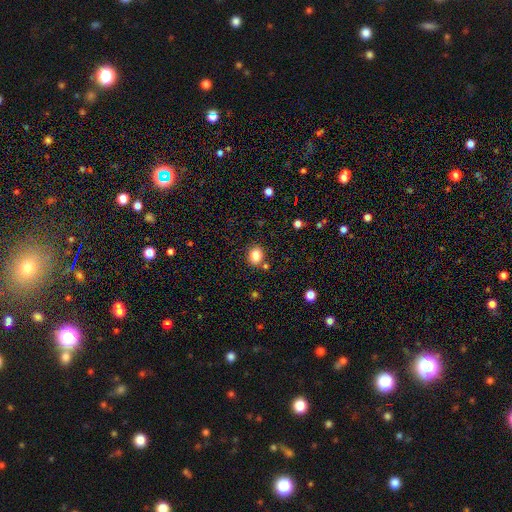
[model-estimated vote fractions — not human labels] Smooth or featured? smooth (84%)
How rounded? round (59%)
Merging? none (81%)